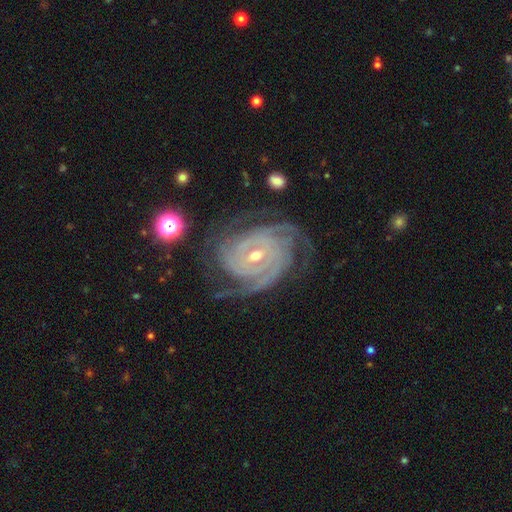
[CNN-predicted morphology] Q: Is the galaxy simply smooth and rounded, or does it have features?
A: featured or disk — 92%.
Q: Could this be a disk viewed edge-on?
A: no — 97%.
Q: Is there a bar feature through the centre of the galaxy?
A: weak — 41%.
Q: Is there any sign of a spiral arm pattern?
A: yes — 98%.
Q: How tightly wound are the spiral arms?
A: tight — 79%.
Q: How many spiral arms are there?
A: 3 — 29%.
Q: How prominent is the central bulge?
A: small — 51%.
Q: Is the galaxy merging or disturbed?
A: none — 72%.